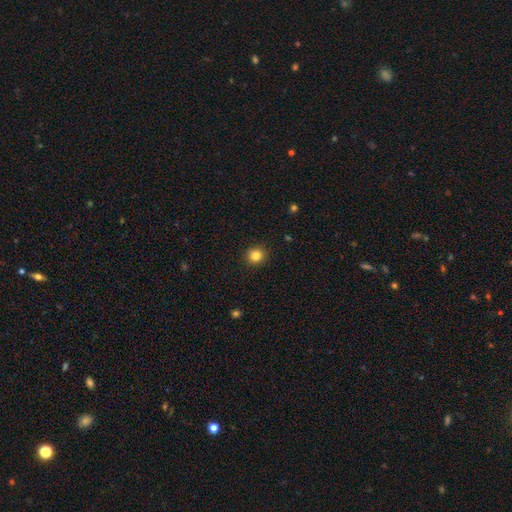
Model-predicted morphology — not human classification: smooth 83%, star or artifact 12%, featured or disk 5%. Down the decision tree: how rounded — round (91%); merging — none (92%).